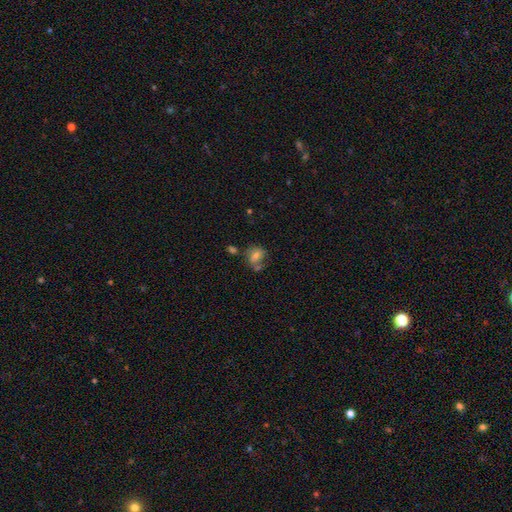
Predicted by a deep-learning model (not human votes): Q: Smooth or featured?
A: smooth (53%); runner-up: featured or disk (34%)
Q: How rounded?
A: round (52%); runner-up: in between (46%)
Q: Merging?
A: none (52%); runner-up: minor disturbance (20%)